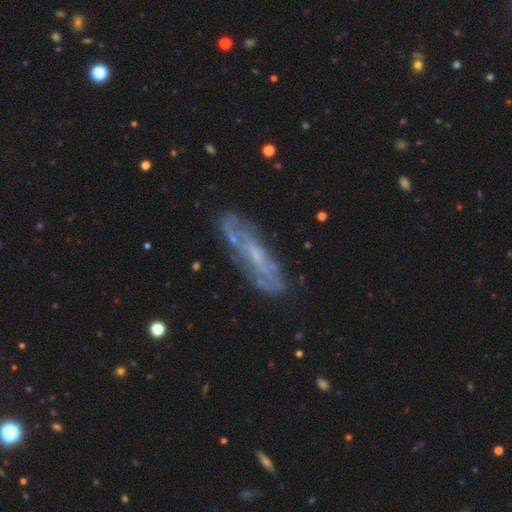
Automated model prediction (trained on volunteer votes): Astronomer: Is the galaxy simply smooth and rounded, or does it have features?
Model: featured or disk — 73%.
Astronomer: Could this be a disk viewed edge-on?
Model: no — 74%.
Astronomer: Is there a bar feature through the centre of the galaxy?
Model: no — 57% (runner-up: weak, 33%).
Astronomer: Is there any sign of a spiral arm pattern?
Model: yes — 72%.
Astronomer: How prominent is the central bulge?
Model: small — 63%.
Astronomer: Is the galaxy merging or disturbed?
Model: none — 74%.